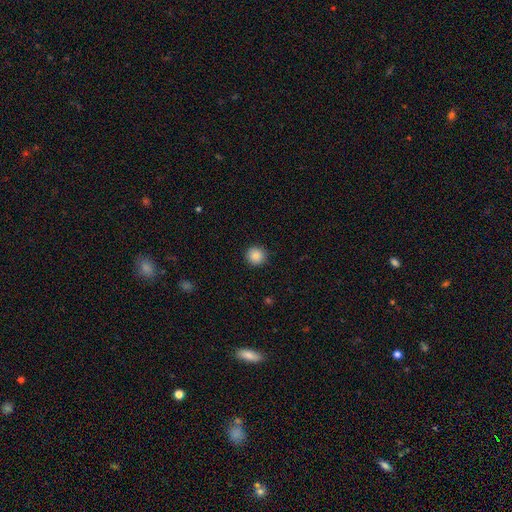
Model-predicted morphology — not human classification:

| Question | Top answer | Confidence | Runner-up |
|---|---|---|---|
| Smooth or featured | smooth | 87% | star or artifact (10%) |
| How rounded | round | 95% | in between (4%) |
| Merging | none | 92% | minor disturbance (5%) |